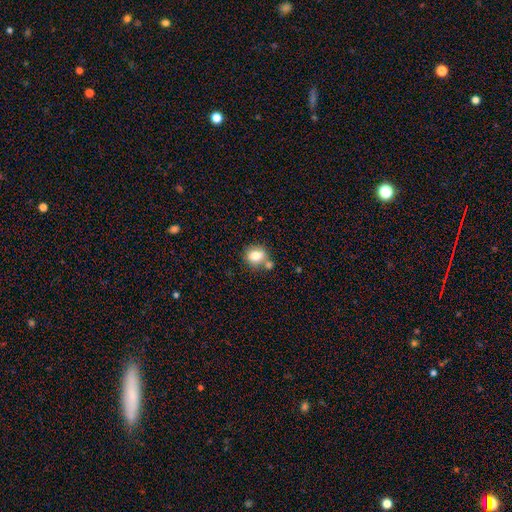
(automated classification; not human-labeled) Overall: smooth (77%). How rounded: round (63%; in between 35%). Merging: none (59%; merger 23%).